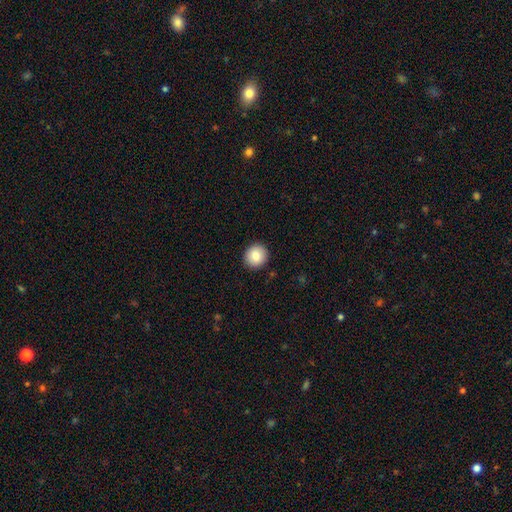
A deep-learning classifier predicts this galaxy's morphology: The model was most divided on "smooth or featured": smooth: 85%, star or artifact: 8%, featured or disk: 7%. More confident: merging — none (92%); how rounded — round (88%).